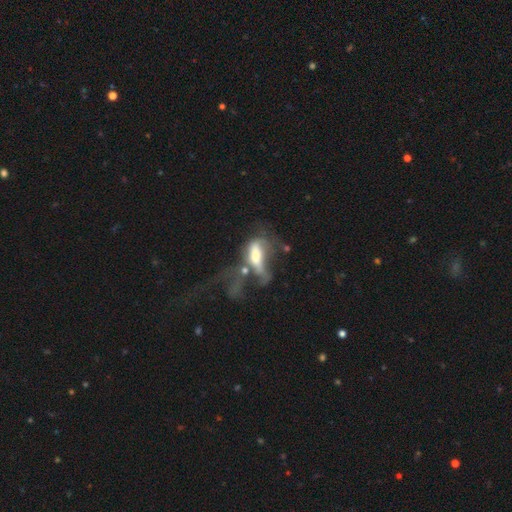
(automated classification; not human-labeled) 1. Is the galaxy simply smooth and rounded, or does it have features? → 46% featured or disk, 43% smooth, 11% star or artifact.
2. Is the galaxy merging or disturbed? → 49% major disturbance, 29% merger, 12% none, 10% minor disturbance.